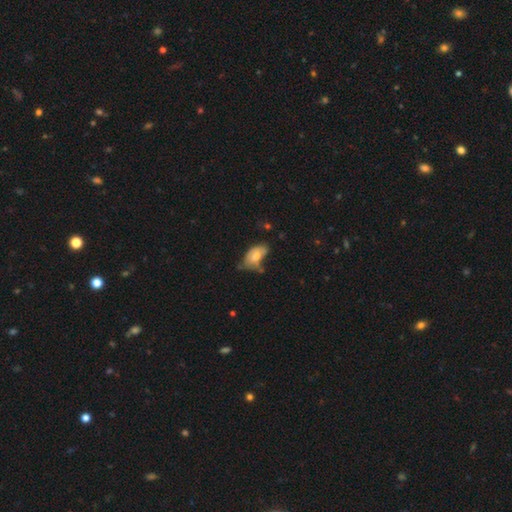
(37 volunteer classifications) Smooth or featured? 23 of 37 (62%) said smooth. How rounded? 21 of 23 (91%) said in between. Merging? 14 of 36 (39%) said minor disturbance.